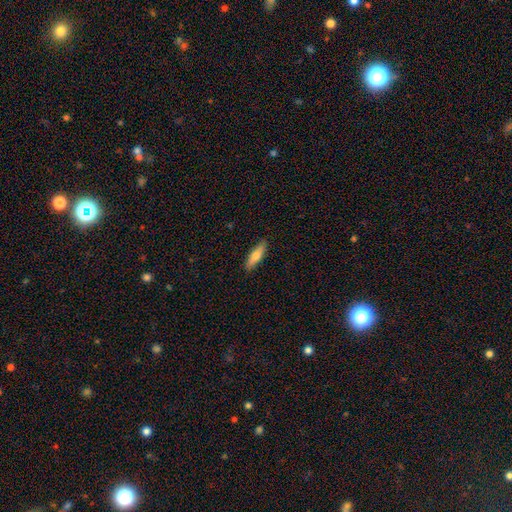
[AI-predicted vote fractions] A smooth galaxy with no disk features (71%) that is cigar-shaped (58%). Merging: none (88%).